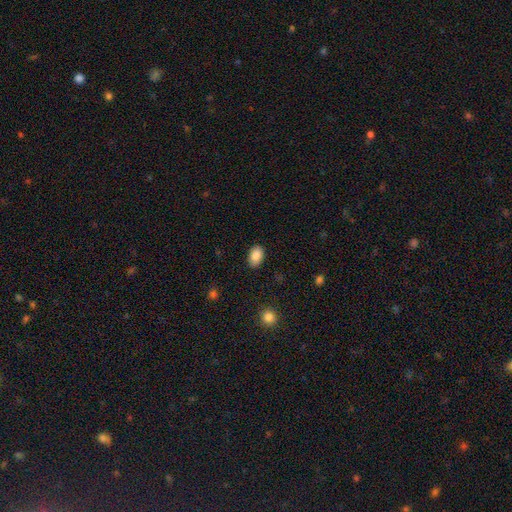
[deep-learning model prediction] Smooth or featured: smooth — 86% (star or artifact — 7%)
How rounded: in between — 86% (round — 13%)
Merging: none — 89% (minor disturbance — 8%)